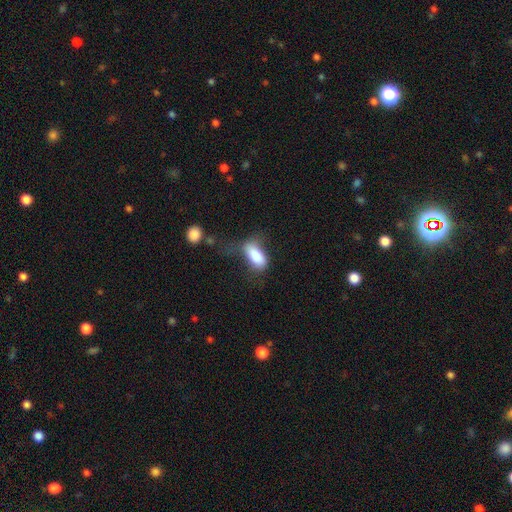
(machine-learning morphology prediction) Smooth or featured: smooth — 83% (featured or disk — 9%)
How rounded: in between — 88% (cigar-shaped — 9%)
Merging: major disturbance — 33% (none — 31%)